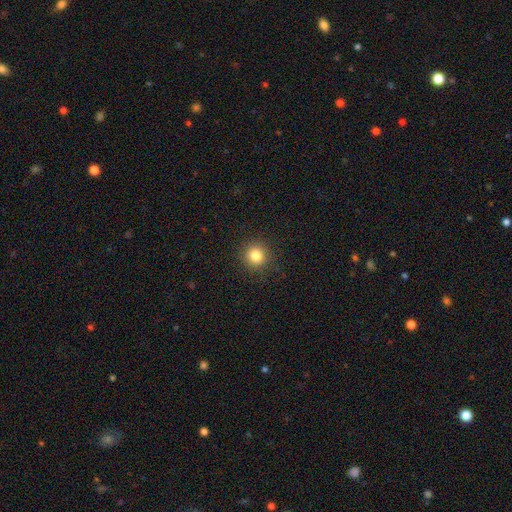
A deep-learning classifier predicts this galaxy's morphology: Smooth or featured: smooth — 82% (star or artifact — 12%)
How rounded: round — 93% (in between — 6%)
Merging: none — 91% (minor disturbance — 6%)